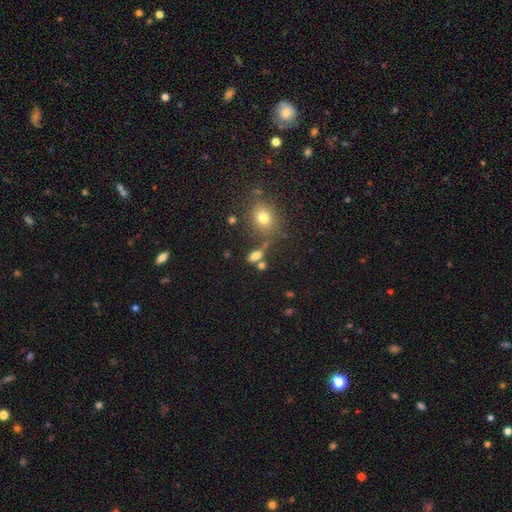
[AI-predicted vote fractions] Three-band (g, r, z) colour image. It shows a smooth galaxy with no disk features (70%) that is in between round and cigar-shaped (71%). Merging: none (58%).